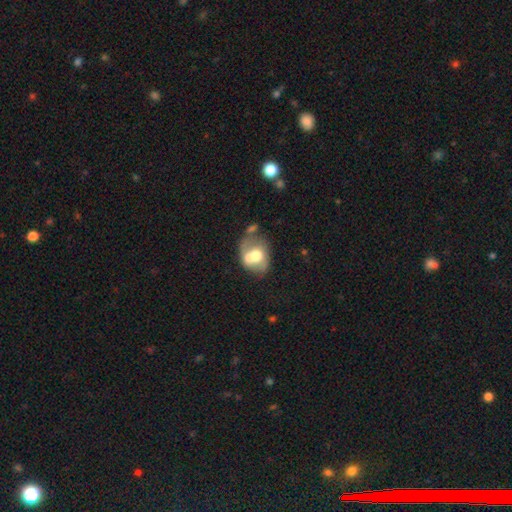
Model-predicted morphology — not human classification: A smooth galaxy with no disk features (55%) that is in between round and cigar-shaped (58%). Merging: none (30%).